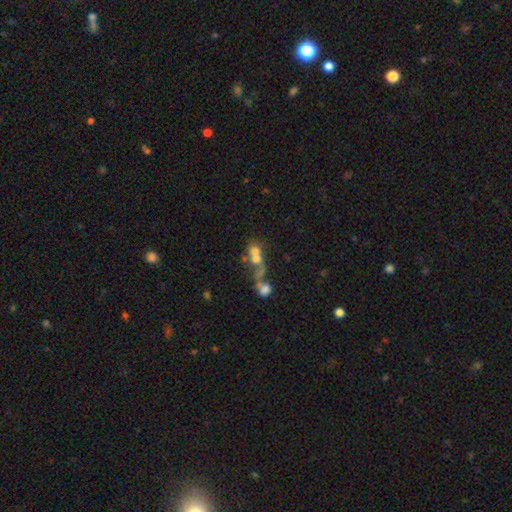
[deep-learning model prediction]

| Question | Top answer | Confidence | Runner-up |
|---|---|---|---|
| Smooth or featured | smooth | 53% | featured or disk (31%) |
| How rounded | round | 54% | in between (41%) |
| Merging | merger | 62% | none (19%) |